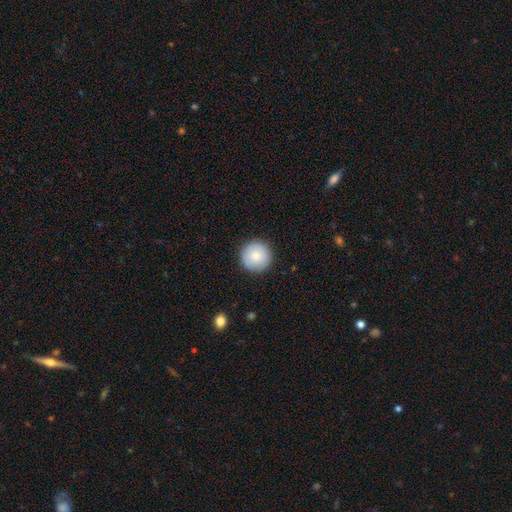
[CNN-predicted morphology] Overall: smooth (82%). How rounded: round (96%). Merging: none (91%).